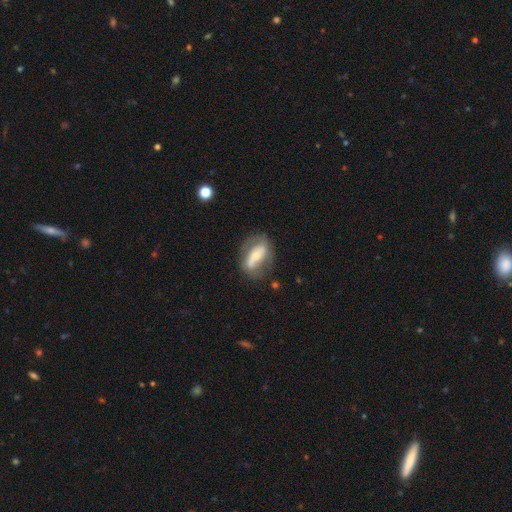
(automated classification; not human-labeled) A featured or disk galaxy (62%) with a strong bar (44%), spiral arms (56%) and a moderate central bulge (51%).

Vote fractions:
- Smooth or featured? featured or disk: 62% / smooth: 31% / star or artifact: 7%
- Edge-on disk? no: 88% / yes: 12%
- Bar? strong: 44% / no: 34% / weak: 23%
- Spiral arms? yes: 56% / no: 44%
- Bulge size? moderate: 51% / small: 41% / large: 5% / none: 2% / dominant: 1%
- Merging? none: 64% / minor disturbance: 21% / major disturbance: 11% / merger: 5%